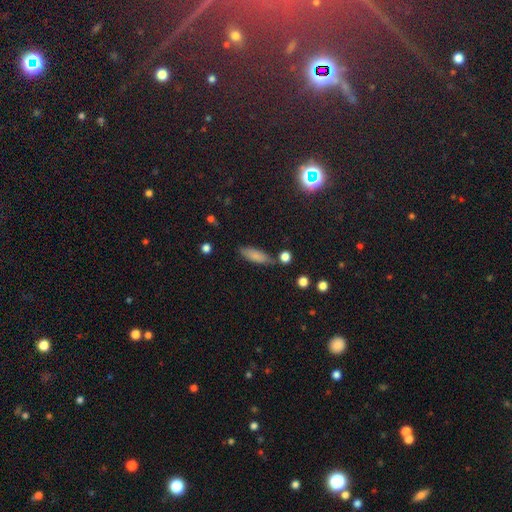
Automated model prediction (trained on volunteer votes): Q: Smooth or featured?
A: smooth (80%); runner-up: featured or disk (11%)
Q: How rounded?
A: in between (62%); runner-up: cigar-shaped (36%)
Q: Merging?
A: none (70%); runner-up: minor disturbance (19%)